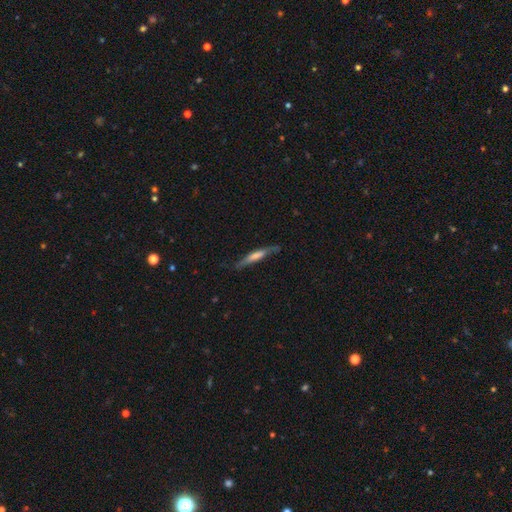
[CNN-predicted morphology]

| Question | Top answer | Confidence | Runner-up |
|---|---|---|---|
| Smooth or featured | featured or disk | 53% | smooth (40%) |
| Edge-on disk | yes | 86% | no (14%) |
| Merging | none | 70% | minor disturbance (21%) |